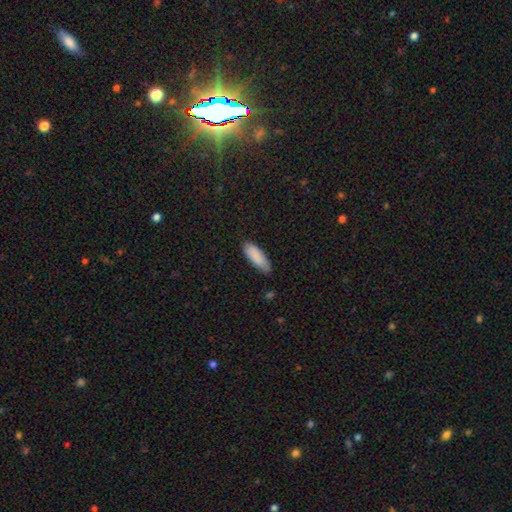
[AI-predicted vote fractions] Smooth or featured? smooth (88%)
How rounded? in between (63%)
Merging? none (77%)